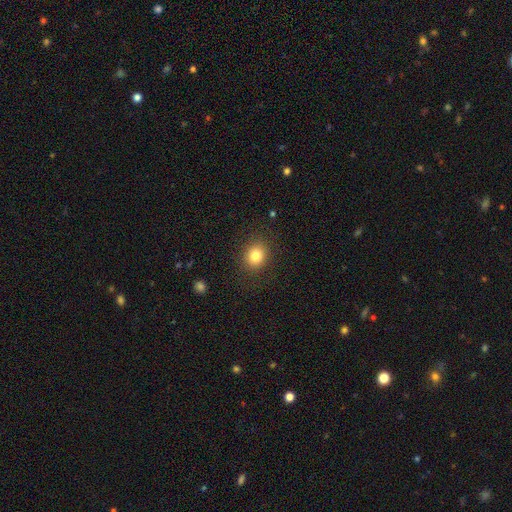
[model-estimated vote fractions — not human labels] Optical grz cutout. It shows a smooth galaxy with no disk features (81%) that is round (69%). Merging: none (87%).